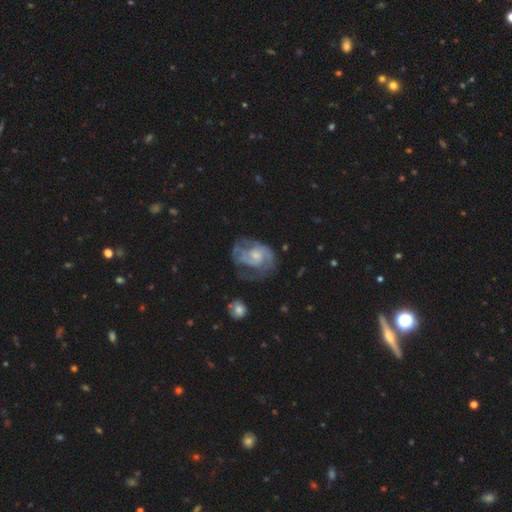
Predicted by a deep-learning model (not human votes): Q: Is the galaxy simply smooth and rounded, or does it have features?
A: featured or disk — 75%.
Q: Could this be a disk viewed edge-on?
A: no — 98%.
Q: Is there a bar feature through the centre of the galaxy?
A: no — 64%.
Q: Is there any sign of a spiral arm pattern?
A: yes — 83%.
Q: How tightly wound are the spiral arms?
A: medium — 44%.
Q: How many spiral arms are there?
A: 2 — 43%.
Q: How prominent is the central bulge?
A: small — 46%.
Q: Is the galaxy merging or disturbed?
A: none — 45%.